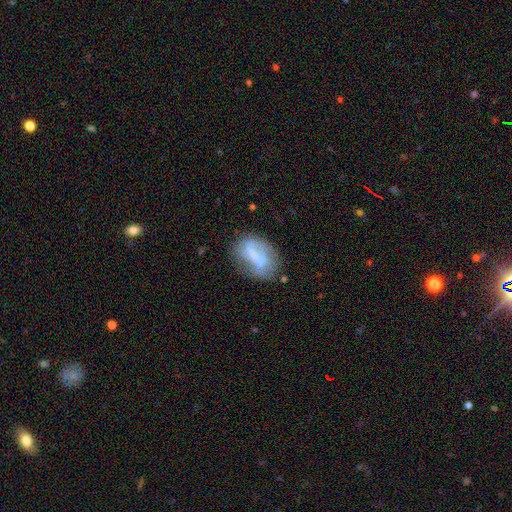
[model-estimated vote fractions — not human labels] A featured or disk galaxy (53%) with a strong bar (35%, tied with weak), no spiral arms (61%) and no central bulge (46%).

Vote fractions:
- Smooth or featured? featured or disk: 53% / smooth: 38% / star or artifact: 9%
- Edge-on disk? no: 95% / yes: 5%
- Bar? strong: 35% (tied) / weak: 35% (tied) / no: 30%
- Spiral arms? no: 61% / yes: 39%
- Bulge size? none: 46% / small: 31% / moderate: 18% / large: 4% / dominant: 1%
- Merging? none: 50% / minor disturbance: 27% / major disturbance: 17% / merger: 6%